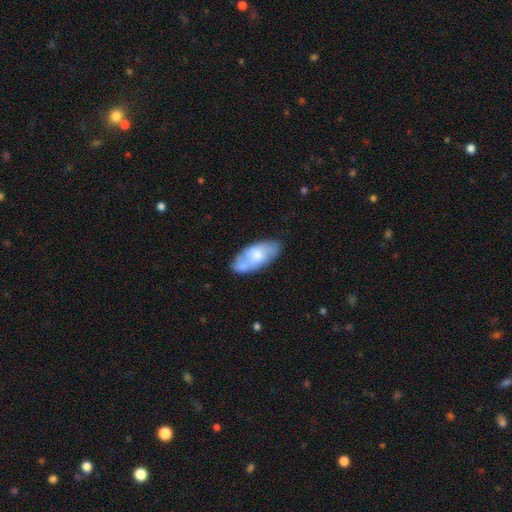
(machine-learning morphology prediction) smooth 56%, featured or disk 38%, star or artifact 6%. Down the decision tree: how rounded — in between (89%); merging — none (65%).